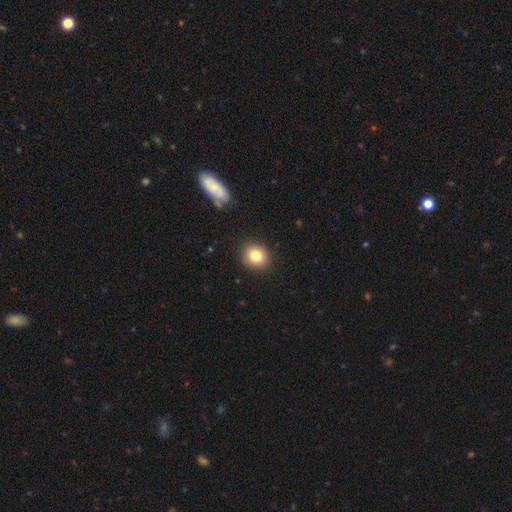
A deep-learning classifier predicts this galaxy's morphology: The model was most divided on "how rounded": round: 83%, in between: 16%, cigar-shaped: 1%. More confident: merging — none (89%); smooth or featured — smooth (81%).